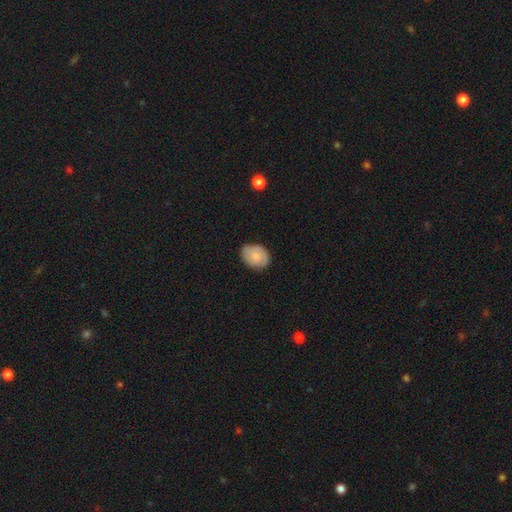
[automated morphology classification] smooth_or_featured: smooth (p=0.74) [alt: featured or disk p=0.19]
how_rounded: in between (p=0.63) [alt: round p=0.36]
merging: none (p=0.72) [alt: minor disturbance p=0.23]